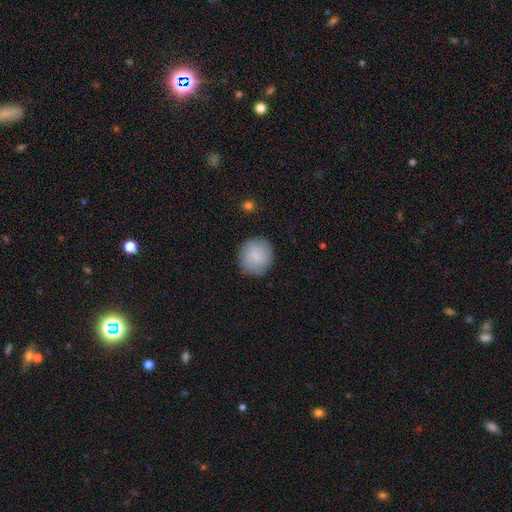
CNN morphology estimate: A smooth galaxy with no disk features (84%) that is round (89%).

Vote fractions:
- Smooth or featured? smooth: 84% / featured or disk: 10% / star or artifact: 6%
- How rounded? round: 89% / in between: 10% / cigar-shaped: 1%
- Merging? none: 86% / minor disturbance: 10% / major disturbance: 3% / merger: 1%